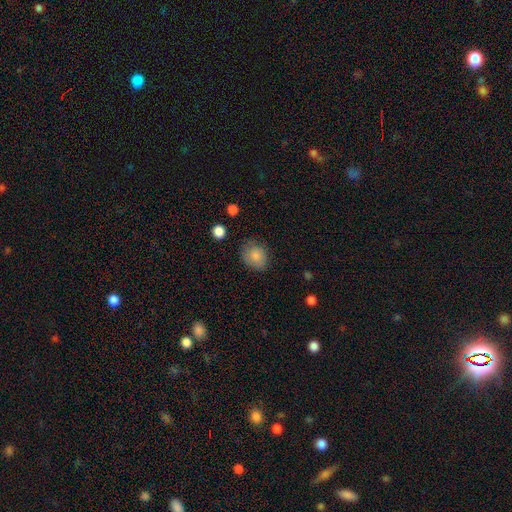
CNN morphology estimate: A smooth galaxy with no disk features (83%) that is round (54%).

Vote fractions:
- Smooth or featured? smooth: 83% / star or artifact: 9% / featured or disk: 8%
- How rounded? round: 54% / in between: 45% / cigar-shaped: 1%
- Merging? none: 70% / minor disturbance: 22% / major disturbance: 6% / merger: 2%